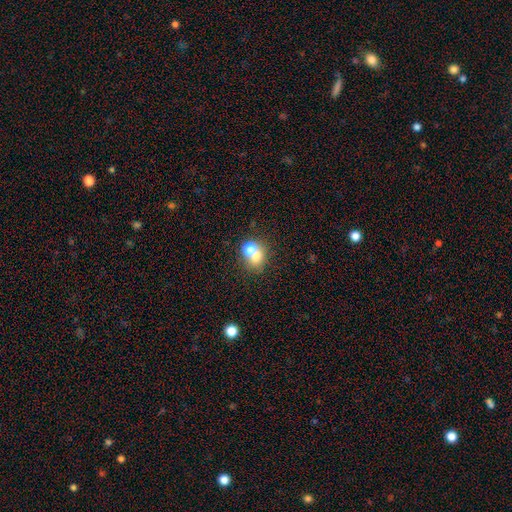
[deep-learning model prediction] Smooth or featured? smooth (67%)
How rounded? round (68%)
Merging? merger (60%)